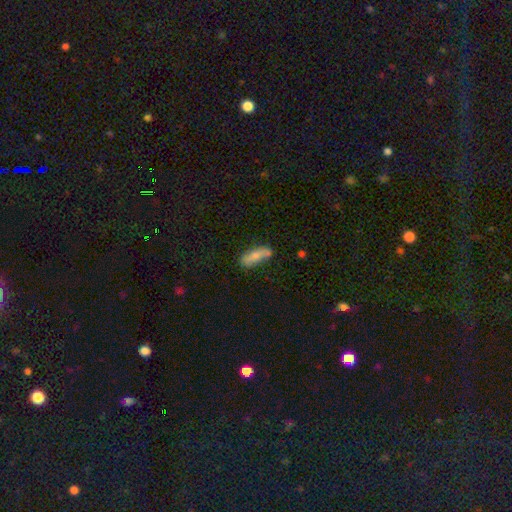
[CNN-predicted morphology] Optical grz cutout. It shows a smooth galaxy with no disk features (72%) that is in between round and cigar-shaped (59%). Merging: none (61%).